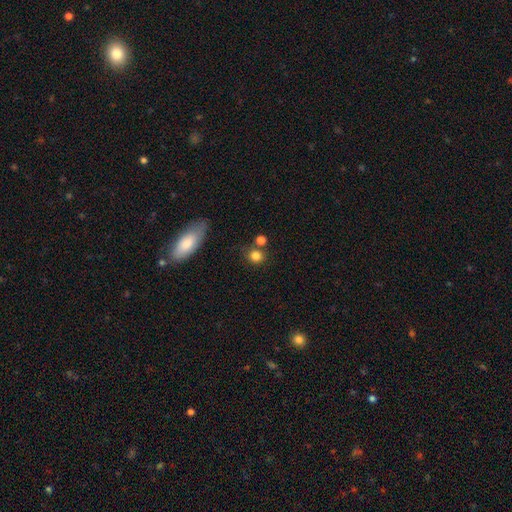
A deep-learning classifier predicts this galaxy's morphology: A smooth galaxy with no disk features (82%) that is round (83%).

Vote fractions:
- Smooth or featured? smooth: 82% / star or artifact: 11% / featured or disk: 6%
- How rounded? round: 83% / in between: 15% / cigar-shaped: 1%
- Merging? none: 69% / merger: 16% / minor disturbance: 11% / major disturbance: 4%